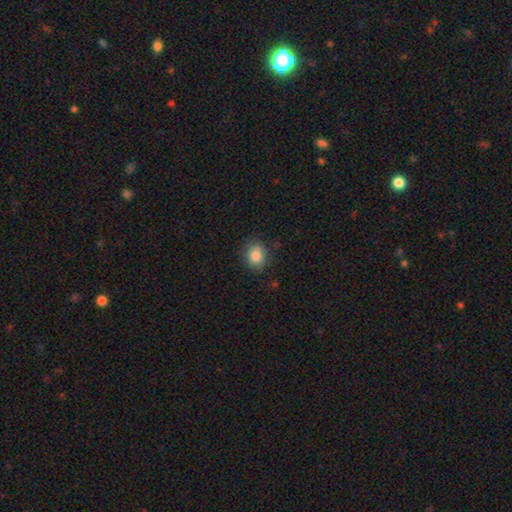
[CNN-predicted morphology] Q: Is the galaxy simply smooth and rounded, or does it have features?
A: smooth — 84%.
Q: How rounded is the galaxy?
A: in between — 52%.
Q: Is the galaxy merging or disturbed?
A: none — 81%.